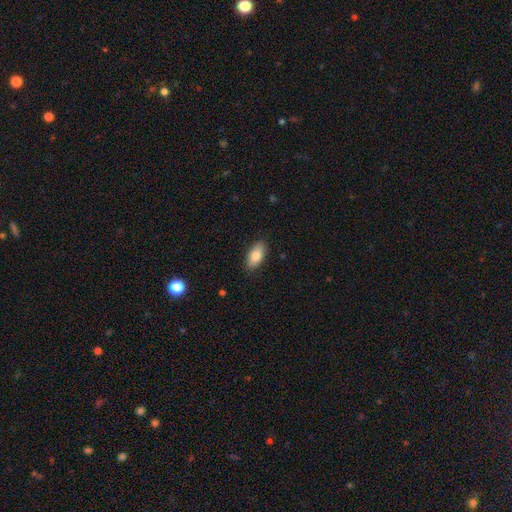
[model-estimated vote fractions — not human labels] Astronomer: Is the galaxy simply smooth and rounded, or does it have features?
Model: smooth — 83%.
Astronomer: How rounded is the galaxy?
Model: in between — 91%.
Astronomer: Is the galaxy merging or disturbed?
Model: none — 88%.